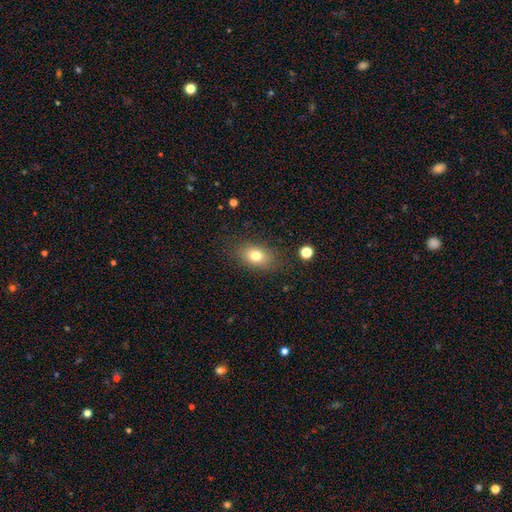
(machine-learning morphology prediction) Smooth or featured?
  - smooth: 78% *
  - featured or disk: 12%
  - star or artifact: 10%
How rounded?
  - in between: 79% *
  - round: 19%
  - cigar-shaped: 2%
Merging?
  - none: 82% *
  - minor disturbance: 12%
  - major disturbance: 4%
  - merger: 2%